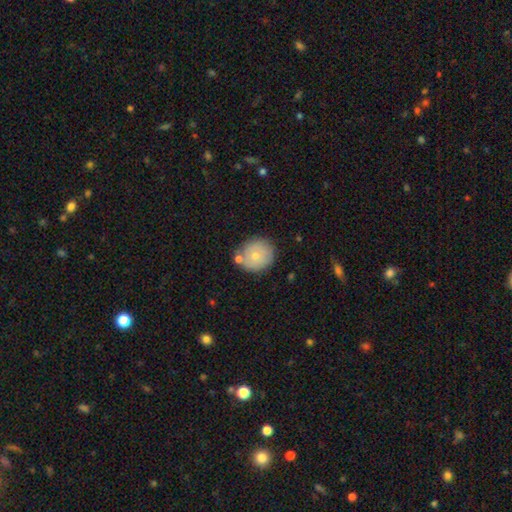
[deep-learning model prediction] Q: Smooth or featured?
A: smooth (68%); runner-up: featured or disk (24%)
Q: How rounded?
A: round (85%); runner-up: in between (14%)
Q: Merging?
A: none (70%); runner-up: minor disturbance (15%)